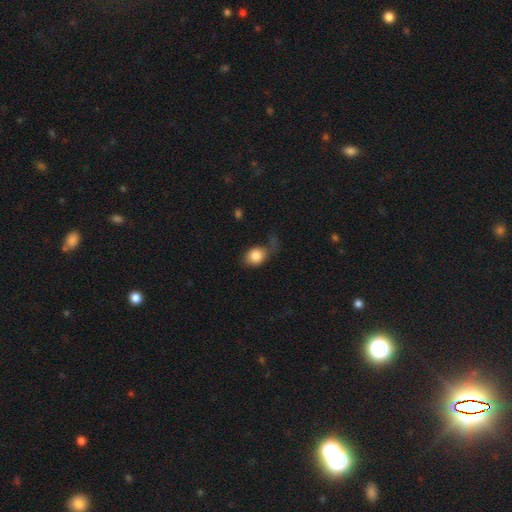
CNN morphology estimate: A smooth galaxy with no disk features (82%) that is in between round and cigar-shaped (53%).

Vote fractions:
- Smooth or featured? smooth: 82% / featured or disk: 10% / star or artifact: 8%
- How rounded? in between: 53% / round: 45% / cigar-shaped: 1%
- Merging? none: 35% / major disturbance: 30% / minor disturbance: 28% / merger: 6%